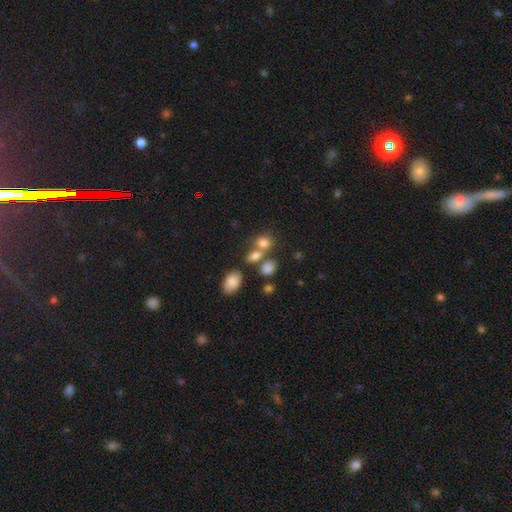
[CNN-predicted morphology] The model was most divided on "merging": none: 44%, merger: 40%, minor disturbance: 11%, major disturbance: 6%. More confident: smooth or featured — smooth (77%); how rounded — in between (58%).